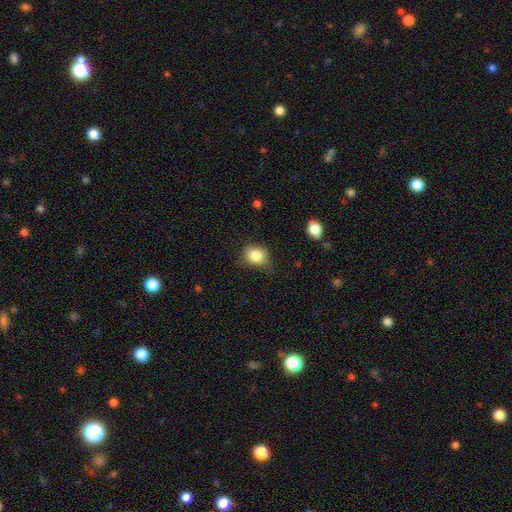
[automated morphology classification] Overall: smooth (84%). How rounded: round (70%). Merging: none (58%; minor disturbance 31%).